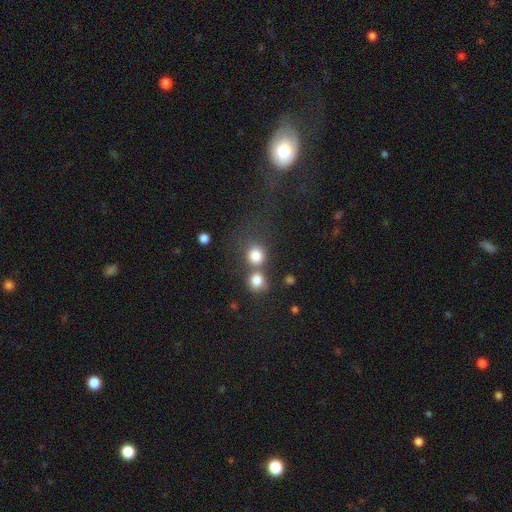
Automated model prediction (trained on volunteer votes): Morphology: type=smooth (81%); roundness=round (85%); merging=none (45%).